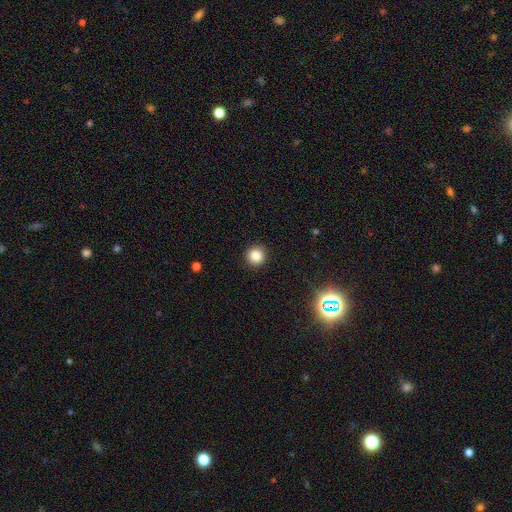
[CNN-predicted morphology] smooth_or_featured: smooth (p=0.85) [alt: star or artifact p=0.11]
how_rounded: round (p=0.94) [alt: in between p=0.05]
merging: none (p=0.92) [alt: minor disturbance p=0.05]